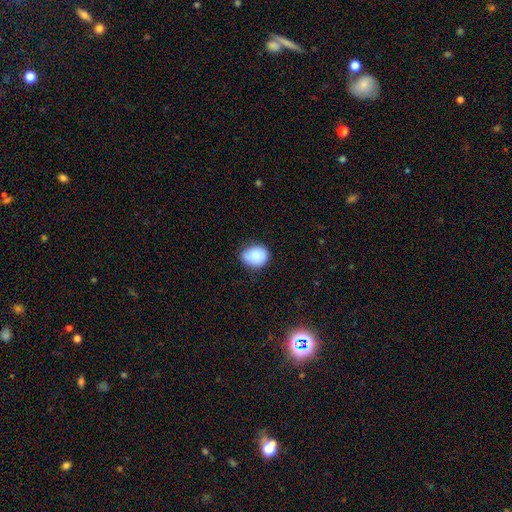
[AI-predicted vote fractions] This appears to be a smooth galaxy with no disk features (86%) that is round (54%). Merging: none (69%).